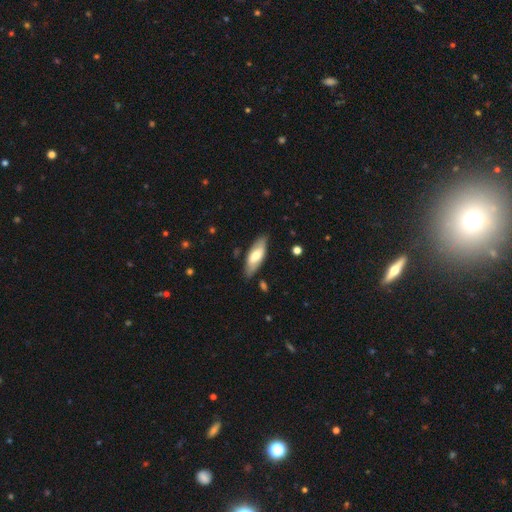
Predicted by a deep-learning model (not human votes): Smooth or featured? Predicted: smooth (p=0.61). How rounded? Predicted: in between (p=0.70). Merging? Predicted: none (p=0.82).